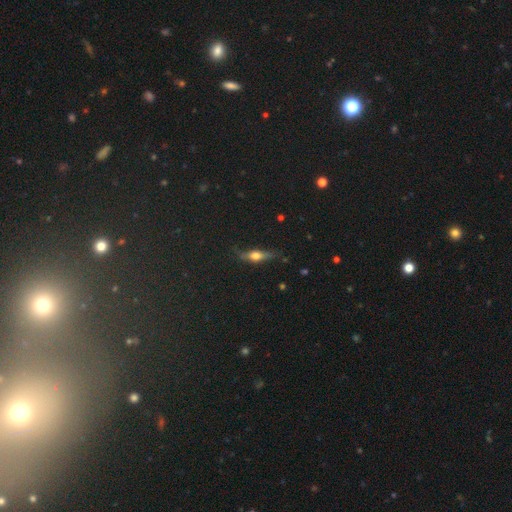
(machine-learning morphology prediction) type=featured or disk (50%); merging=none (72%).